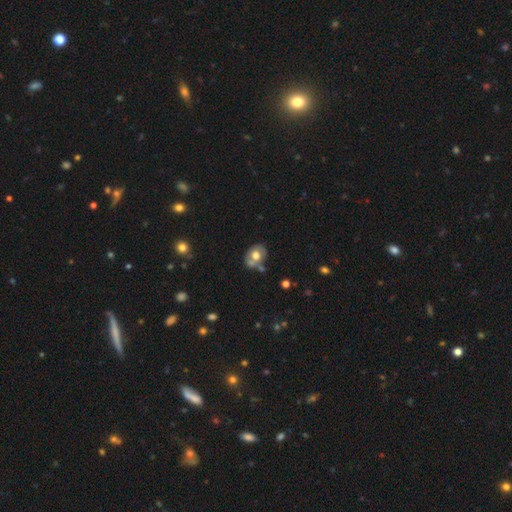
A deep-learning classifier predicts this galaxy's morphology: This appears to be a smooth galaxy with no disk features (56%) that is in between round and cigar-shaped (61%). Merging: none (51%).